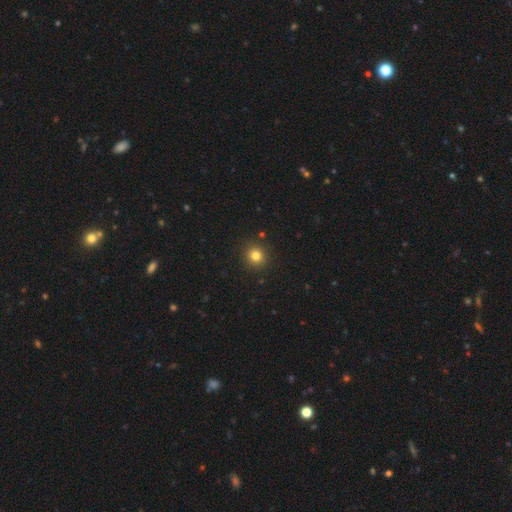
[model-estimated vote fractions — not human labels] This appears to be a smooth galaxy with no disk features (81%) that is round (92%). Merging: none (91%).